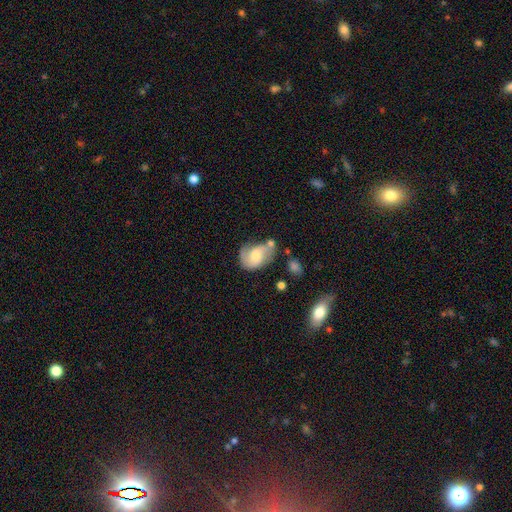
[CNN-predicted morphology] Smooth or featured? Predicted: featured or disk (p=0.54). Edge-on disk? Predicted: no (p=0.97). Bar? Predicted: no (p=0.57). Spiral arms? Predicted: yes (p=0.85). Bulge size? Predicted: moderate (p=0.49). Merging? Predicted: none (p=0.42).